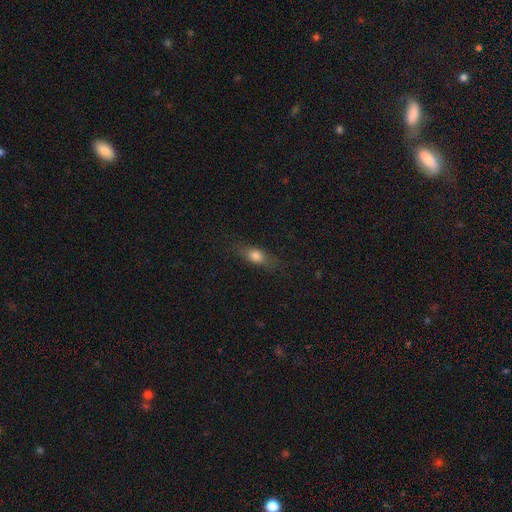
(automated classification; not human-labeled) Smooth or featured: smooth — 71% (featured or disk — 20%)
How rounded: in between — 63% (cigar-shaped — 27%)
Merging: none — 78% (minor disturbance — 16%)